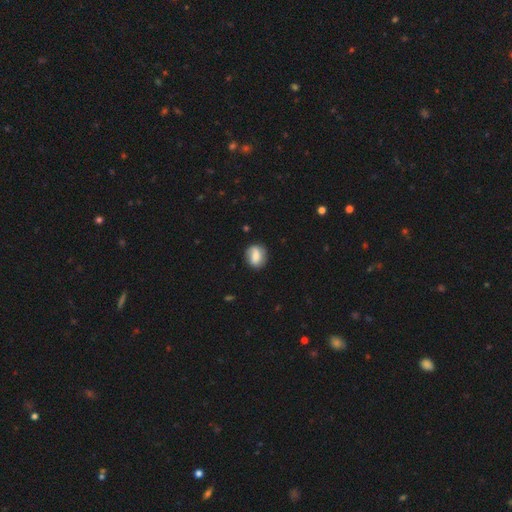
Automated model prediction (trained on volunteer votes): smooth 65%, featured or disk 27%, star or artifact 8%. Down the decision tree: how rounded — in between (50%); merging — none (74%).